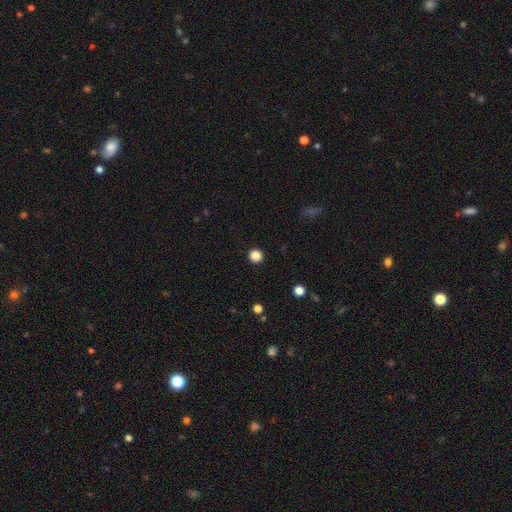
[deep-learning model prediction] Smooth or featured: smooth — 86% (star or artifact — 11%)
How rounded: round — 94% (in between — 5%)
Merging: none — 93% (minor disturbance — 4%)